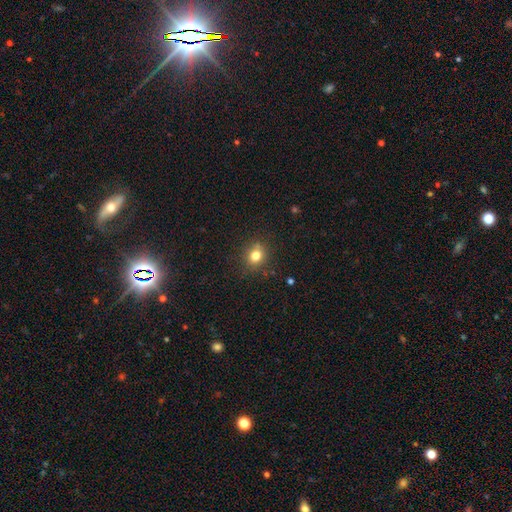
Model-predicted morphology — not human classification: smooth-or-featured: smooth: 78% | star or artifact: 14% | featured or disk: 8%
  how-rounded: round: 77% | in between: 22% | cigar-shaped: 1%
  merging: none: 83% | minor disturbance: 11% | merger: 3% | major disturbance: 3%